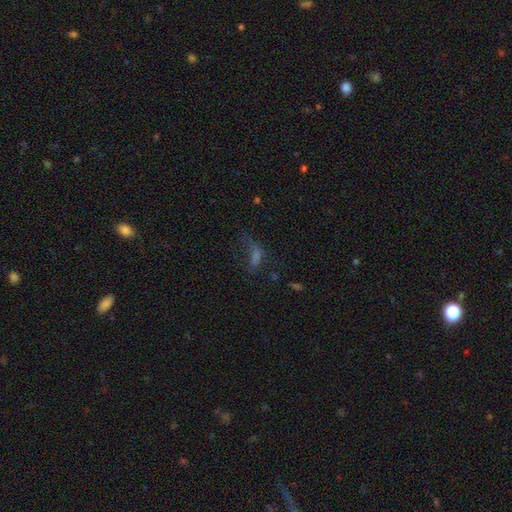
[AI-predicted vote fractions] Overall: smooth (43%; star or artifact 29%). Merging: none (38%; major disturbance 37%).